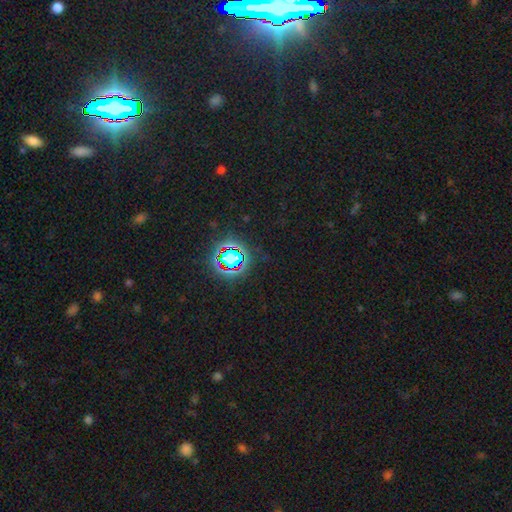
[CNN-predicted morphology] star or artifact 81%, smooth 12%, featured or disk 7%.